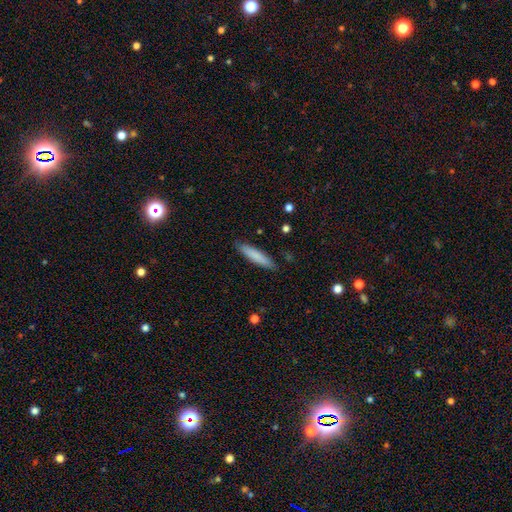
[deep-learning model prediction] A smooth galaxy with no disk features (82%) that is cigar-shaped (85%).

Vote fractions:
- Smooth or featured? smooth: 82% / featured or disk: 13% / star or artifact: 6%
- How rounded? cigar-shaped: 85% / in between: 14% / round: 1%
- Merging? none: 88% / minor disturbance: 9% / major disturbance: 2% / merger: 1%